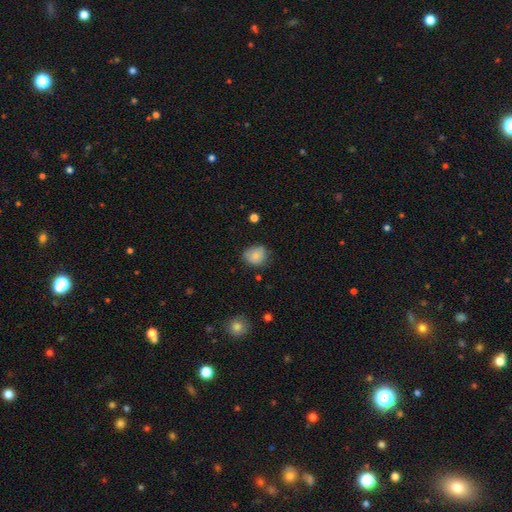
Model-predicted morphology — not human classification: Q: Smooth or featured?
A: smooth (82%); runner-up: featured or disk (9%)
Q: How rounded?
A: round (68%); runner-up: in between (32%)
Q: Merging?
A: none (68%); runner-up: minor disturbance (25%)